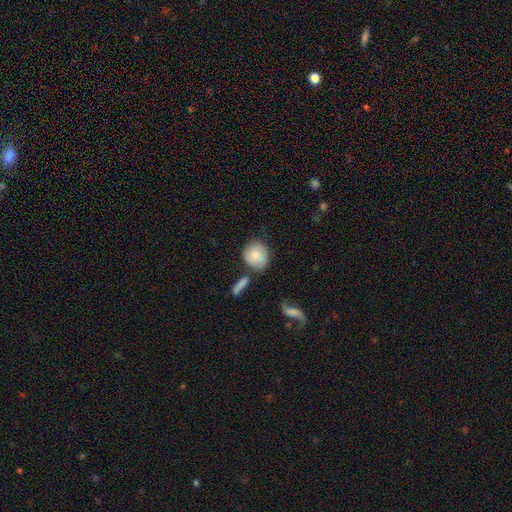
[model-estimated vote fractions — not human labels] Smooth or featured? Predicted: smooth (p=0.74). How rounded? Predicted: round (p=0.77). Merging? Predicted: none (p=0.62).